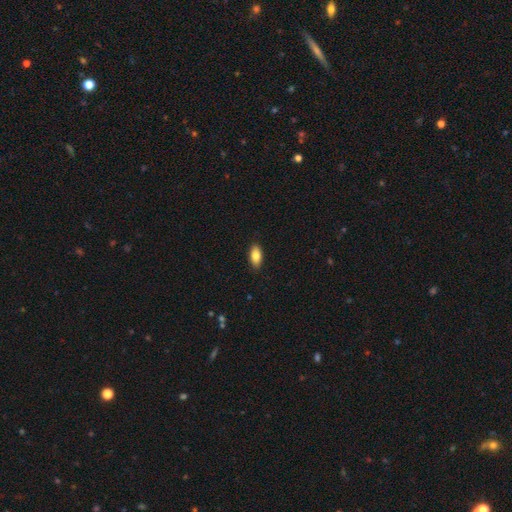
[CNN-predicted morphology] A smooth galaxy with no disk features (82%) that is in between round and cigar-shaped (89%).

Vote fractions:
- Smooth or featured? smooth: 82% / featured or disk: 11% / star or artifact: 7%
- How rounded? in between: 89% / cigar-shaped: 8% / round: 3%
- Merging? none: 89% / minor disturbance: 8% / major disturbance: 2% / merger: 1%